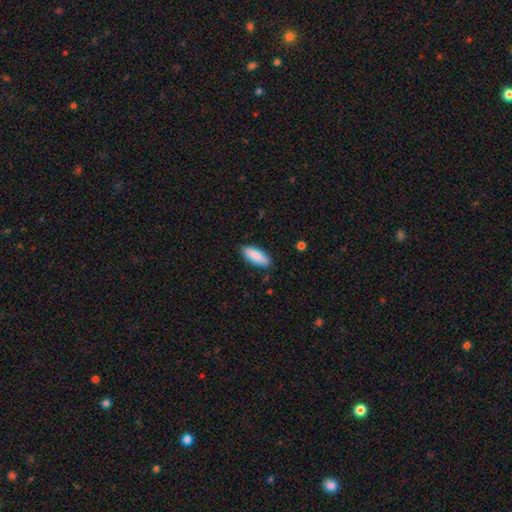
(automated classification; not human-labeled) Overall: smooth (89%). How rounded: in between (67%; cigar-shaped 32%). Merging: none (86%).